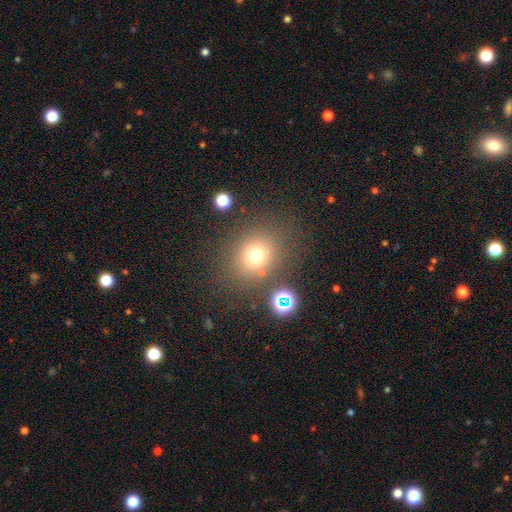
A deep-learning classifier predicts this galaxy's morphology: The model was most divided on "smooth or featured": smooth: 72%, star or artifact: 18%, featured or disk: 10%. More confident: how rounded — round (78%); merging — none (77%).